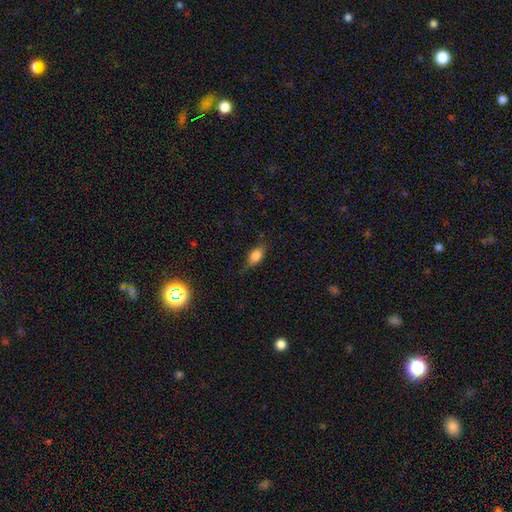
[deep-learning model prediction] A smooth galaxy with no disk features (80%) that is in between round and cigar-shaped (84%). Merging: none (71%).